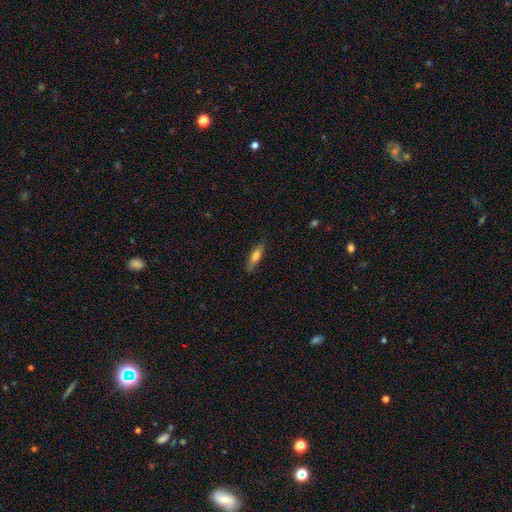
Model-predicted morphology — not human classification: The model was most divided on "how rounded": cigar-shaped: 56%, in between: 42%, round: 2%. More confident: merging — none (80%); smooth or featured — smooth (72%).